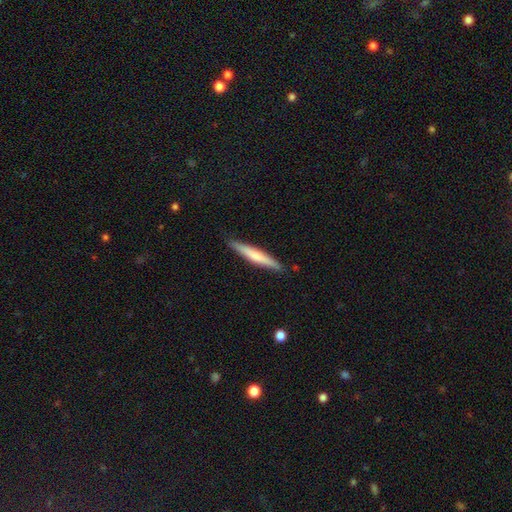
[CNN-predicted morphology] A smooth galaxy with no disk features (58%) that is cigar-shaped (95%). Merging: none (89%).